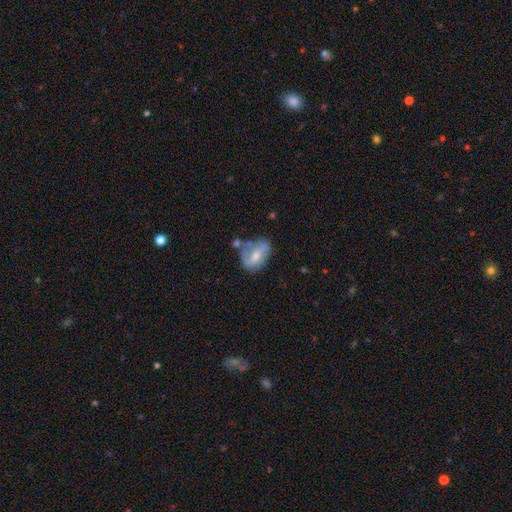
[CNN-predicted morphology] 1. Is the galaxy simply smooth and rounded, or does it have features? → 54% featured or disk, 37% smooth, 10% star or artifact.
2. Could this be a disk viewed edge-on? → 94% no, 6% yes.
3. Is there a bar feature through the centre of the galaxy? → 46% no, 37% weak, 17% strong.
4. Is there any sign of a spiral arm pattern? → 59% yes, 41% no.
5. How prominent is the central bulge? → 61% moderate, 31% small, 4% large, 3% none, 1% dominant.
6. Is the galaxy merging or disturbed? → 45% none, 27% minor disturbance, 15% merger, 13% major disturbance.